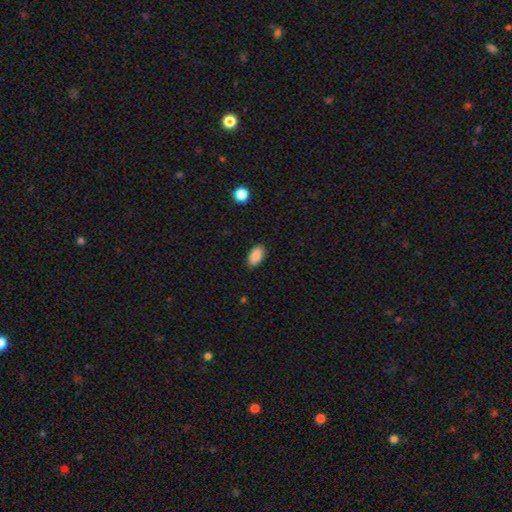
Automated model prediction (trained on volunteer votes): Q: Smooth or featured?
A: smooth (89%); runner-up: star or artifact (7%)
Q: How rounded?
A: in between (94%); runner-up: round (4%)
Q: Merging?
A: none (86%); runner-up: minor disturbance (11%)